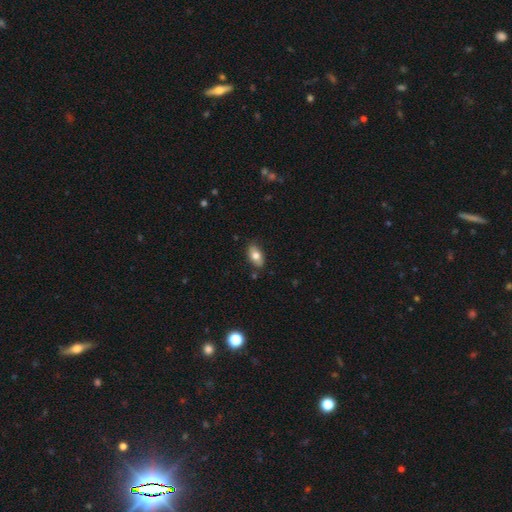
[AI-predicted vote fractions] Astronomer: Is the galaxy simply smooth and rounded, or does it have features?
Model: smooth — 76%.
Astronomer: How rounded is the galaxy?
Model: in between — 90%.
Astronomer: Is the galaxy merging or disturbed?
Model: none — 82%.